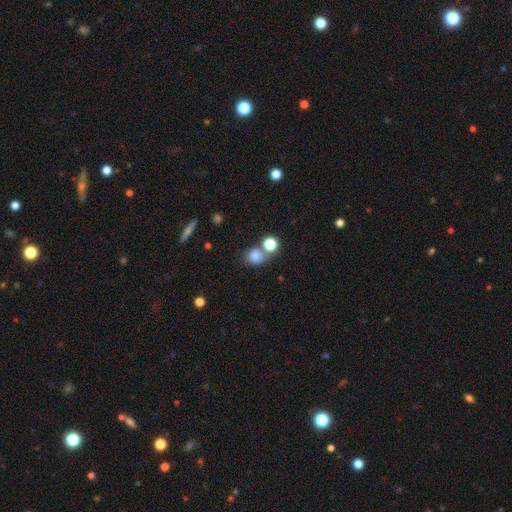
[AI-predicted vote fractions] Overall: smooth (80%). How rounded: round (70%). Merging: none (51%; merger 32%).